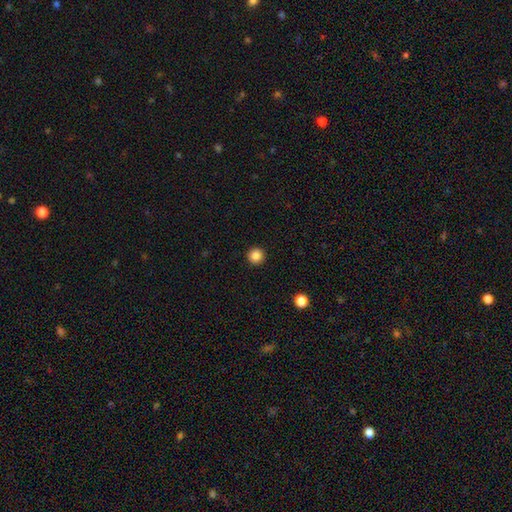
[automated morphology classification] Smooth or featured? smooth (86%)
How rounded? round (96%)
Merging? none (94%)